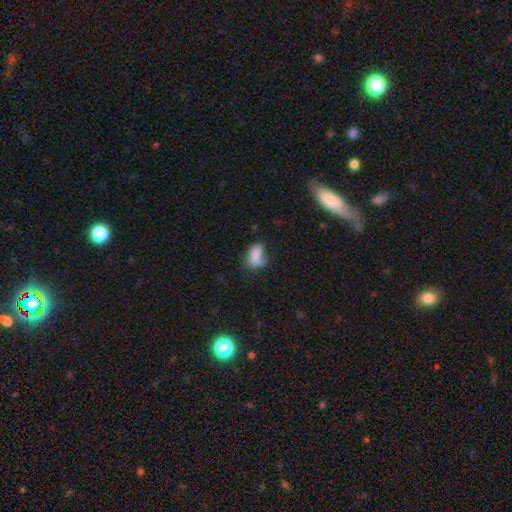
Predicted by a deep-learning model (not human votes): A smooth galaxy with no disk features (74%) that is in between round and cigar-shaped (87%). Merging: major disturbance (34%).